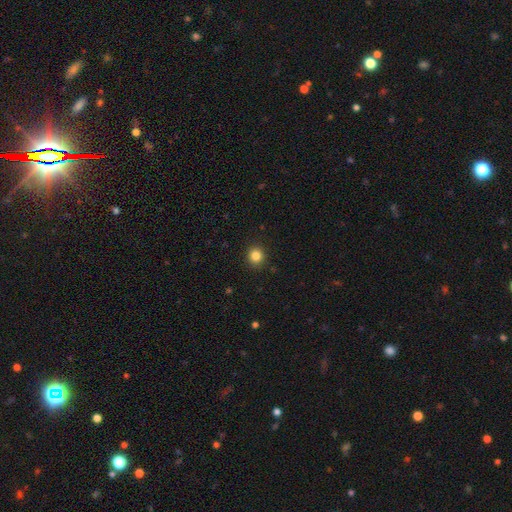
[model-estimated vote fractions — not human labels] Morphology: type=smooth (84%); roundness=round (89%); merging=none (91%).